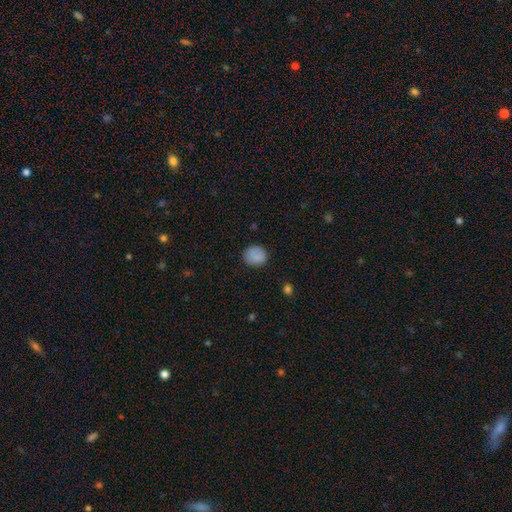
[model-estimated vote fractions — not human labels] Smooth or featured? smooth (86%)
How rounded? round (79%)
Merging? none (85%)